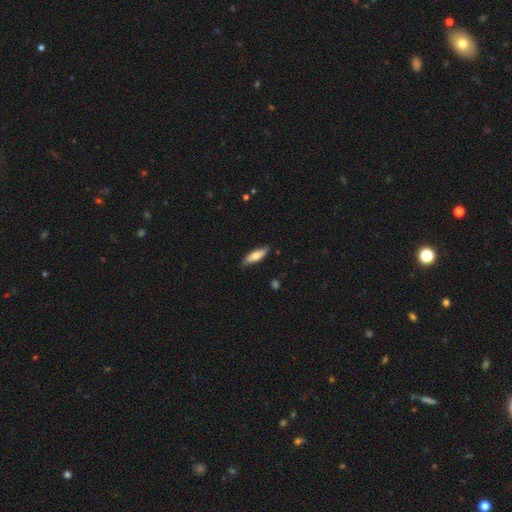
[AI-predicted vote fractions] Smooth or featured?
  - smooth: 68% *
  - featured or disk: 26%
  - star or artifact: 6%
How rounded?
  - in between: 56% *
  - cigar-shaped: 42%
  - round: 2%
Merging?
  - none: 80% *
  - minor disturbance: 17%
  - major disturbance: 2%
  - merger: 1%